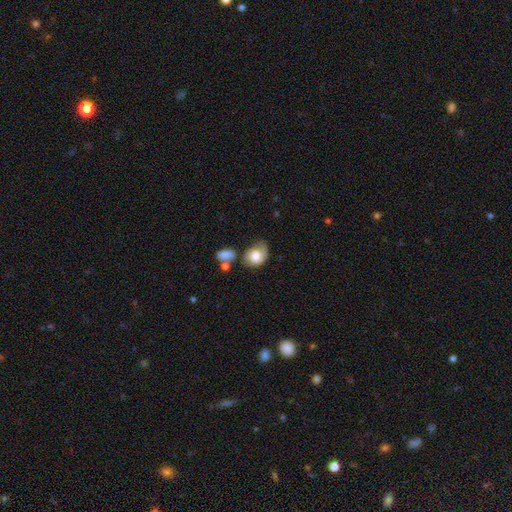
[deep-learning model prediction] smooth-or-featured: smooth: 64% | featured or disk: 29% | star or artifact: 7%
  how-rounded: in between: 59% | round: 39% | cigar-shaped: 1%
  merging: none: 36% | minor disturbance: 32% | major disturbance: 21% | merger: 11%